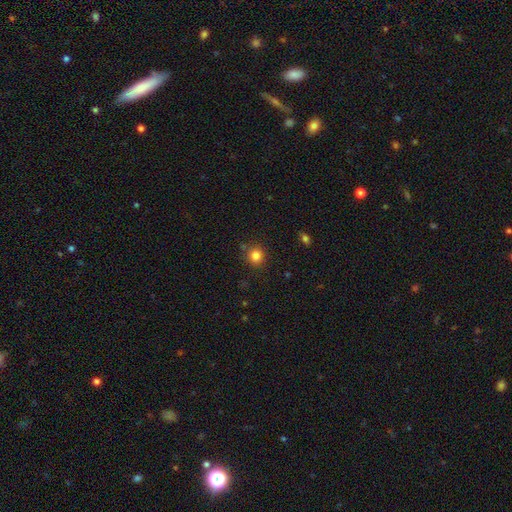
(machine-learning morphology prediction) Q: Smooth or featured?
A: smooth (82%); runner-up: star or artifact (13%)
Q: How rounded?
A: round (91%); runner-up: in between (9%)
Q: Merging?
A: none (86%); runner-up: minor disturbance (8%)